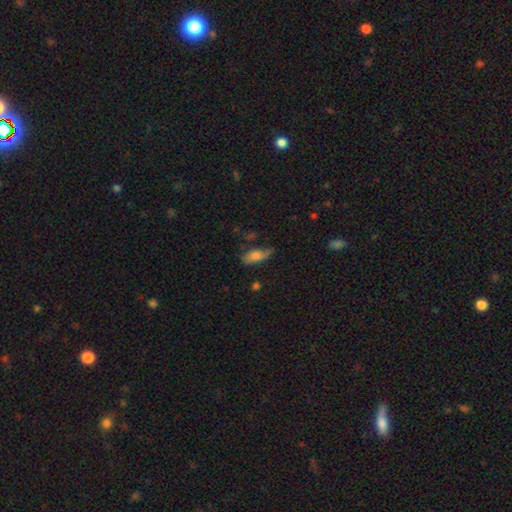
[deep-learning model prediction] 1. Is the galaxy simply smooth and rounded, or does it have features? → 71% smooth, 21% featured or disk, 8% star or artifact.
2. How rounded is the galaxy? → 79% in between, 18% cigar-shaped, 3% round.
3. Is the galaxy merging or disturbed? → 47% none, 35% minor disturbance, 15% major disturbance, 4% merger.